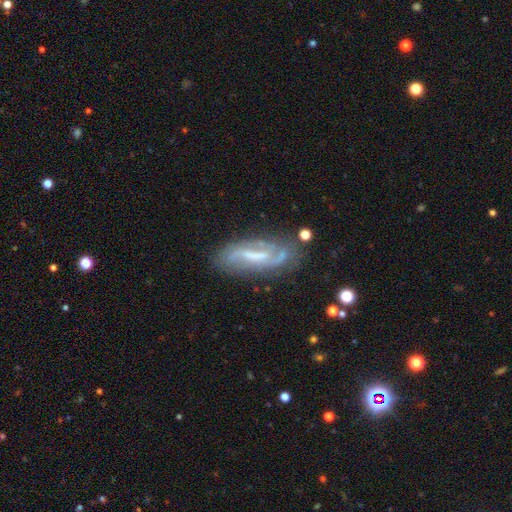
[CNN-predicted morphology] A featured or disk galaxy (74%) with a strong bar (42%), 2 (62%) medium (39%) spiral arms (83%) and a small central bulge (35%). Merging: none (66%).